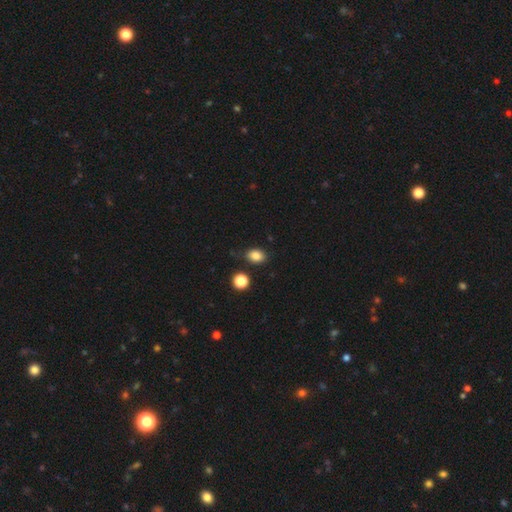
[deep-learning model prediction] Overall: smooth (85%). How rounded: in between (68%; round 31%). Merging: none (80%).